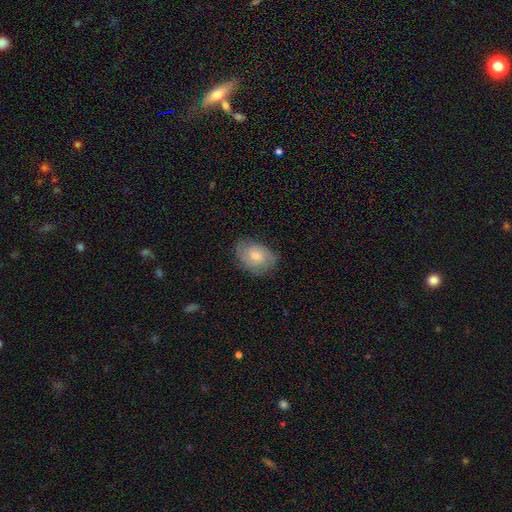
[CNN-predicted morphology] Smooth or featured? featured or disk (49%)
Merging? none (75%)